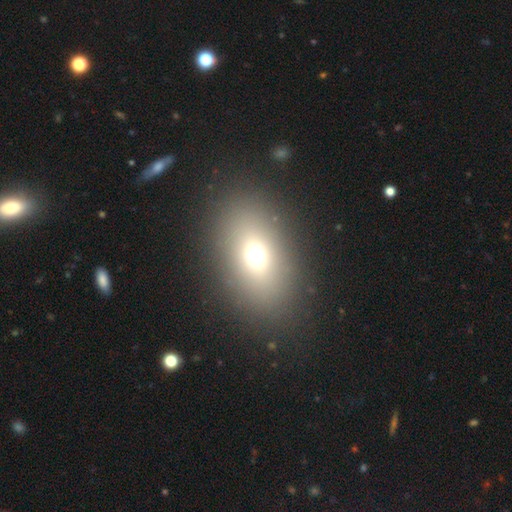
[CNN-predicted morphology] A smooth galaxy with no disk features (68%) that is in between round and cigar-shaped (82%). Merging: none (86%).